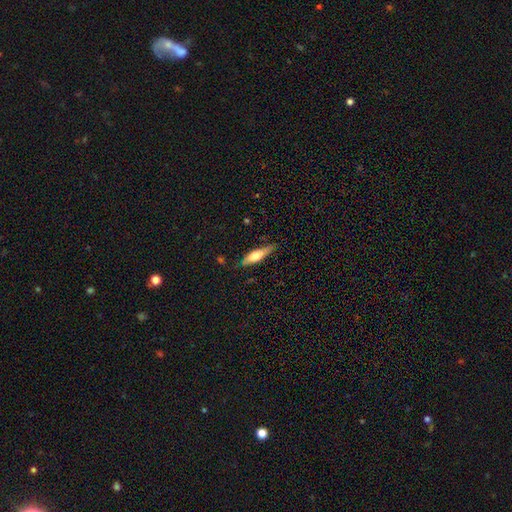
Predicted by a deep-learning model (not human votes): A smooth galaxy with no disk features (53%) that is cigar-shaped (68%). Merging: none (78%).